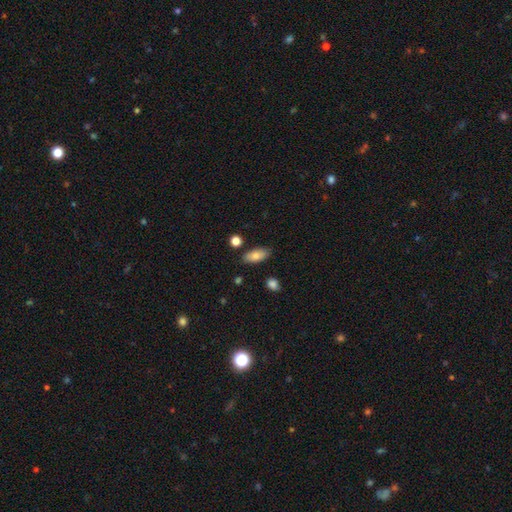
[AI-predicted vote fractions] Smooth or featured? smooth (81%)
How rounded? in between (86%)
Merging? none (84%)